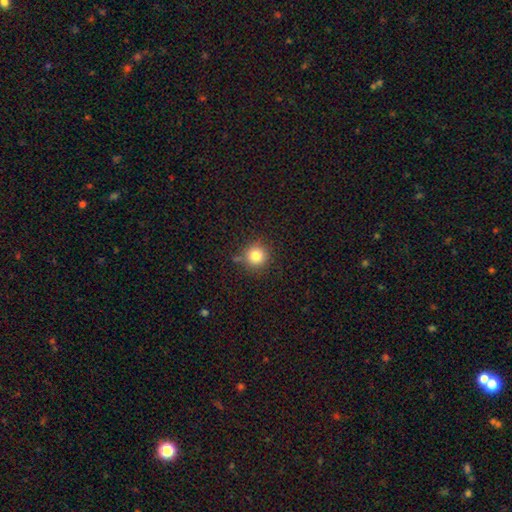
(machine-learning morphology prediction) This is clearly a smooth galaxy (82%). How rounded: clearly round (94%). Merging: clearly none (82%).